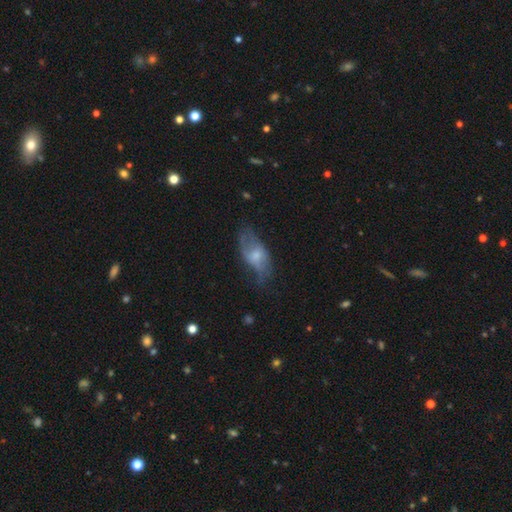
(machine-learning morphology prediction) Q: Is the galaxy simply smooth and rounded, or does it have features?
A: featured or disk — 49%.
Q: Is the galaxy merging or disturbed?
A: none — 50%.